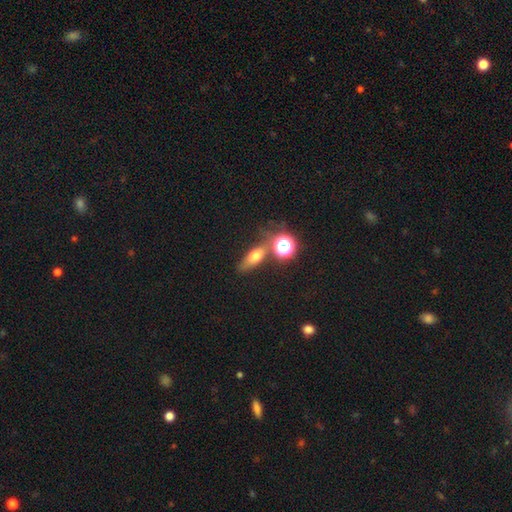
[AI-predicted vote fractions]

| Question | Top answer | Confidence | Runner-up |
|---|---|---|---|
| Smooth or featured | smooth | 62% | featured or disk (19%) |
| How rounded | in between | 57% | cigar-shaped (26%) |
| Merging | none | 63% | minor disturbance (15%) |